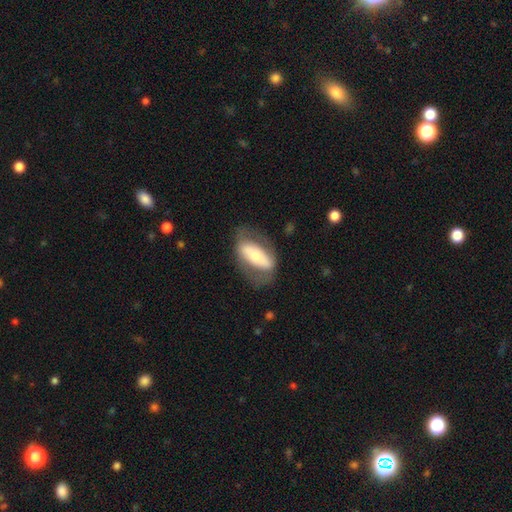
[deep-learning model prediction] Smooth or featured: featured or disk — 53% (smooth — 41%)
Edge-on disk: no — 72% (yes — 28%)
Merging: none — 65% (minor disturbance — 19%)